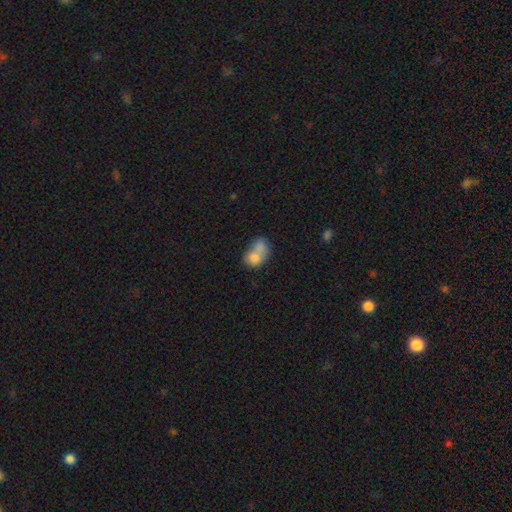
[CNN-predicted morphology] This is likely a smooth galaxy (73%). How rounded: likely in between (61%). Merging: likely merger (66%).